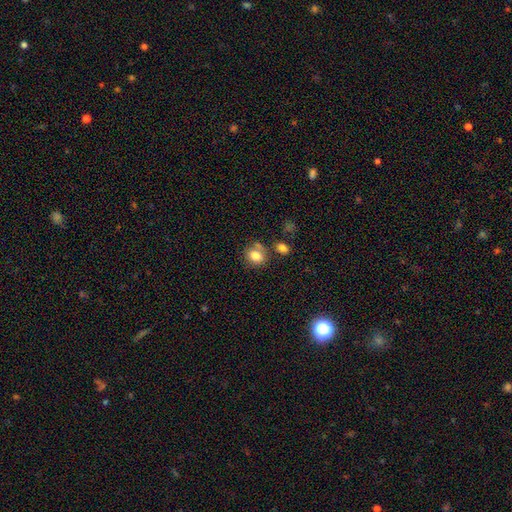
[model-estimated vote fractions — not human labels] Q: Smooth or featured?
A: smooth (80%); runner-up: star or artifact (10%)
Q: How rounded?
A: round (63%); runner-up: in between (36%)
Q: Merging?
A: none (61%); runner-up: merger (18%)